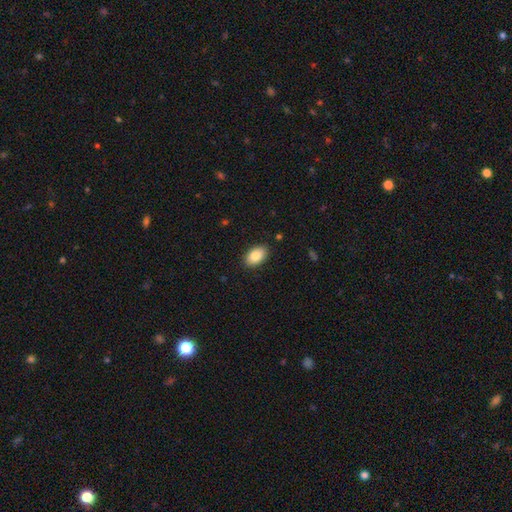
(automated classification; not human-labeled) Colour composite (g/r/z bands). It shows a smooth galaxy with no disk features (84%) that is in between round and cigar-shaped (91%). Merging: none (88%).